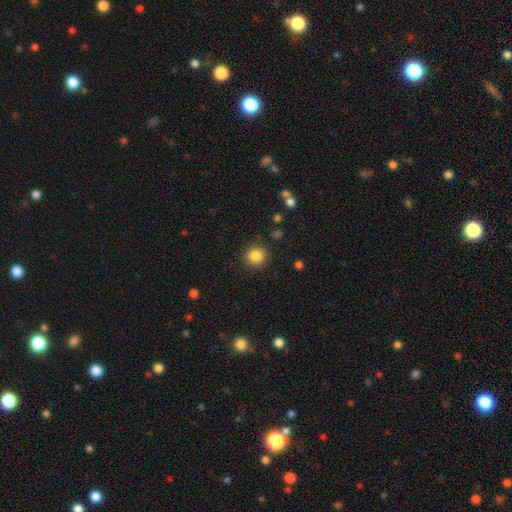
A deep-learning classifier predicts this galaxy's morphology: Smooth or featured? smooth (84%)
How rounded? round (91%)
Merging? none (89%)